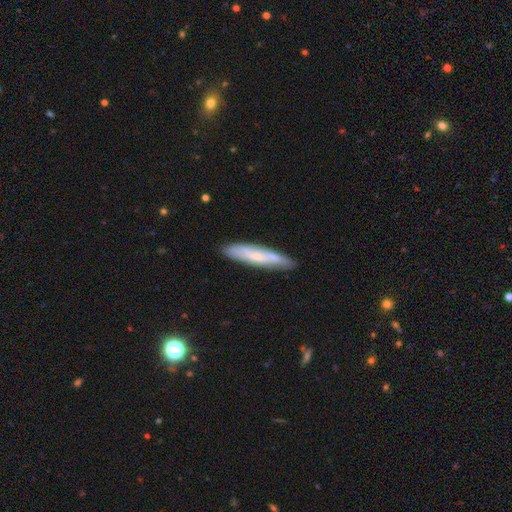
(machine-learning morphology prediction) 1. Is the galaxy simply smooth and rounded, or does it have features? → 53% smooth, 41% featured or disk, 6% star or artifact.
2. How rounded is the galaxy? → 83% cigar-shaped, 15% in between, 1% round.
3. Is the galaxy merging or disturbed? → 80% none, 15% minor disturbance, 3% major disturbance, 2% merger.